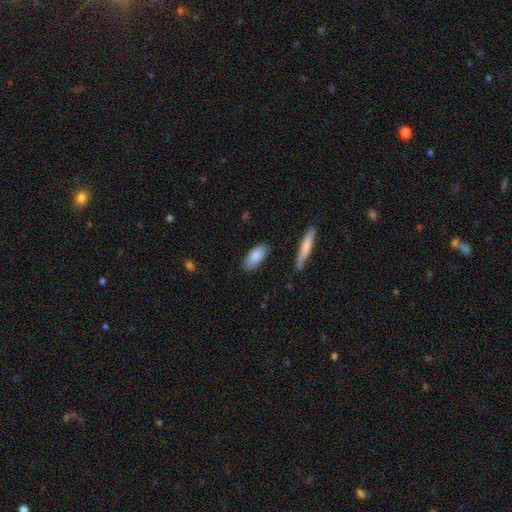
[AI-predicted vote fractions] Q: Smooth or featured?
A: smooth (82%); runner-up: featured or disk (12%)
Q: How rounded?
A: in between (84%); runner-up: cigar-shaped (14%)
Q: Merging?
A: none (80%); runner-up: minor disturbance (15%)